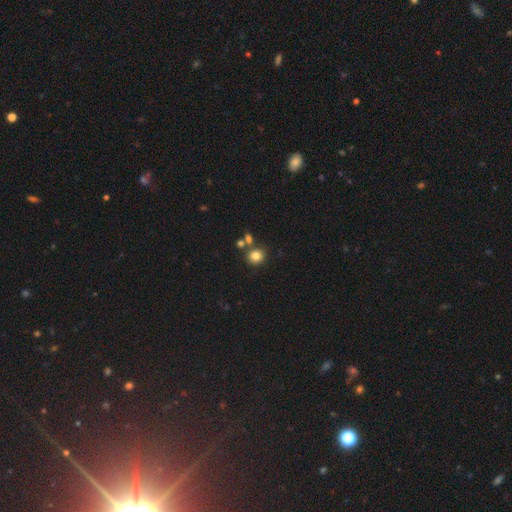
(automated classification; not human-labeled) smooth 81%, star or artifact 12%, featured or disk 7%. Down the decision tree: how rounded — round (83%); merging — none (69%).